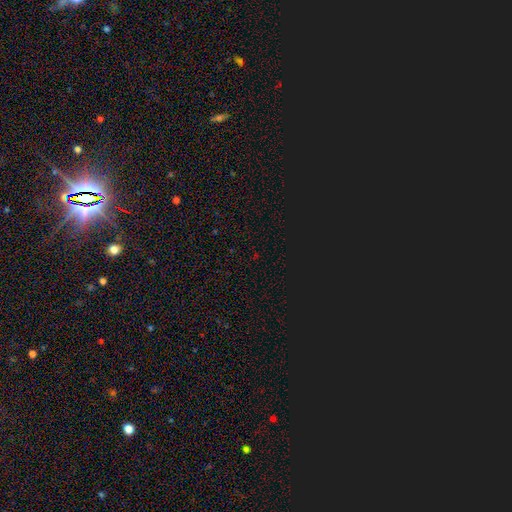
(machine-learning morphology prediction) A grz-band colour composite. It shows a star or artifact, not a galaxy (73%).